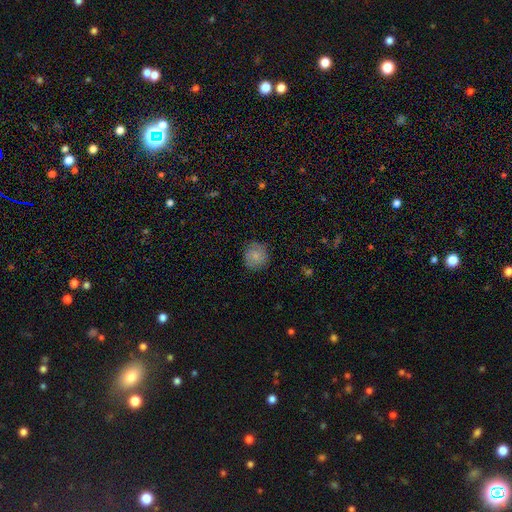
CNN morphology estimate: Smooth or featured? Predicted: smooth (p=0.79). How rounded? Predicted: round (p=0.90). Merging? Predicted: none (p=0.82).